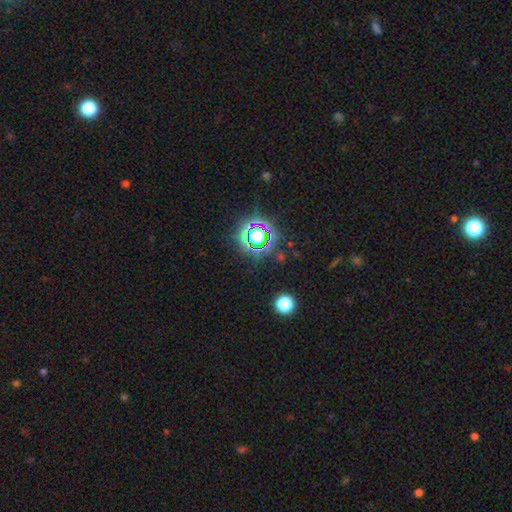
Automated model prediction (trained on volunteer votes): smooth-or-featured: star or artifact: 78% | smooth: 14% | featured or disk: 7%